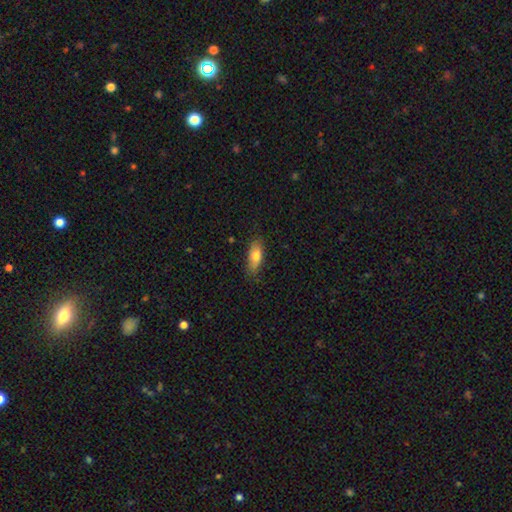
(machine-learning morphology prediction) smooth_or_featured: smooth (p=0.74) [alt: featured or disk p=0.19]
how_rounded: in between (p=0.74) [alt: cigar-shaped p=0.23]
merging: none (p=0.78) [alt: minor disturbance p=0.17]